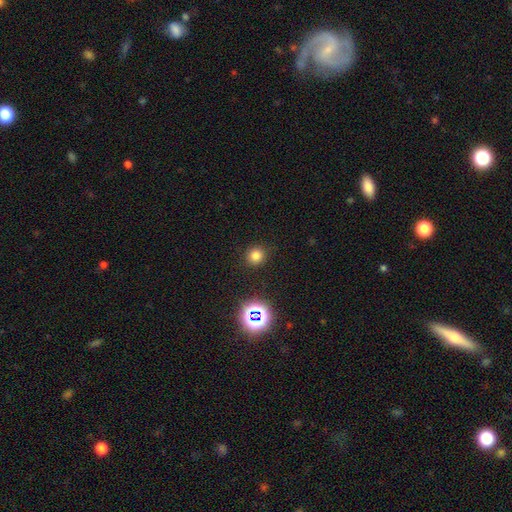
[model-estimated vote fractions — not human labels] Smooth or featured?
  - smooth: 74% *
  - star or artifact: 20%
  - featured or disk: 6%
How rounded?
  - round: 90% *
  - in between: 9%
  - cigar-shaped: 1%
Merging?
  - none: 89% *
  - minor disturbance: 7%
  - major disturbance: 3%
  - merger: 1%